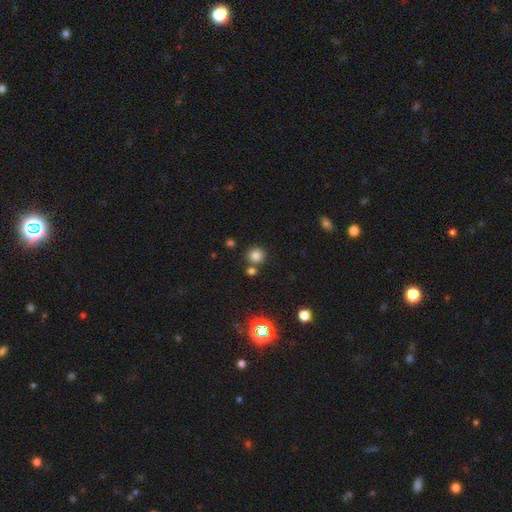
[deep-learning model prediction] This is likely a smooth galaxy (79%). How rounded: clearly round (91%). Merging: likely none (74%).